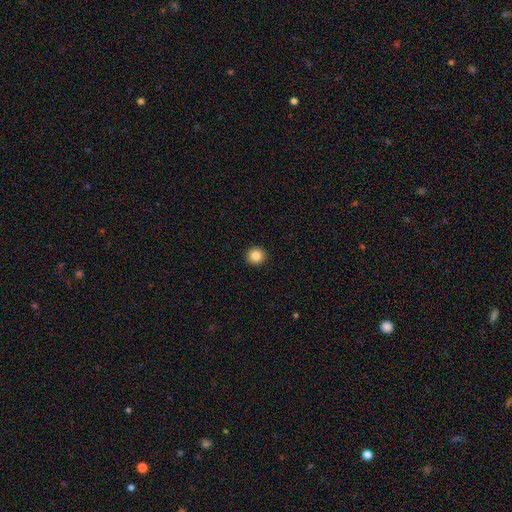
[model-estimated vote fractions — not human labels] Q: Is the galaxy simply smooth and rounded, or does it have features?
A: smooth — 85%.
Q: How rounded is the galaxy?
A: round — 94%.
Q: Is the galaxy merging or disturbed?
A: none — 94%.